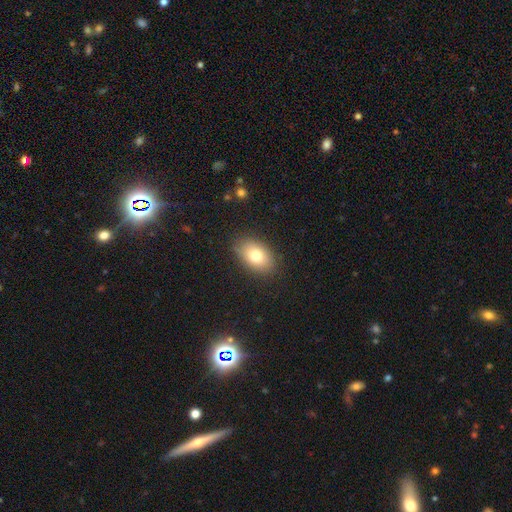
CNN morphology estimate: A smooth galaxy with no disk features (77%) that is in between round and cigar-shaped (86%).

Vote fractions:
- Smooth or featured? smooth: 77% / featured or disk: 14% / star or artifact: 9%
- How rounded? in between: 86% / round: 13% / cigar-shaped: 1%
- Merging? none: 85% / minor disturbance: 11% / major disturbance: 3% / merger: 1%